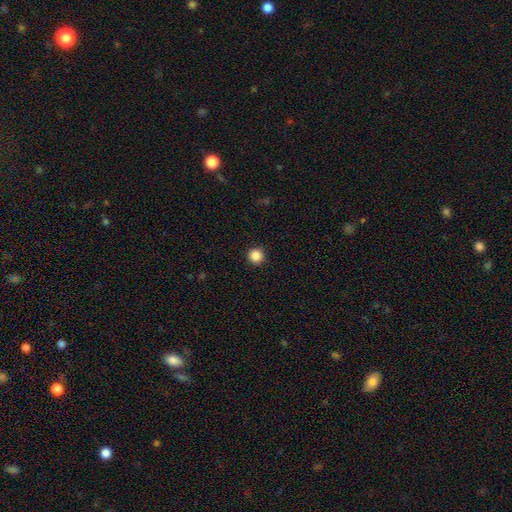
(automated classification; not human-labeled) smooth 87%, star or artifact 10%, featured or disk 3%. Down the decision tree: how rounded — round (96%); merging — none (93%).